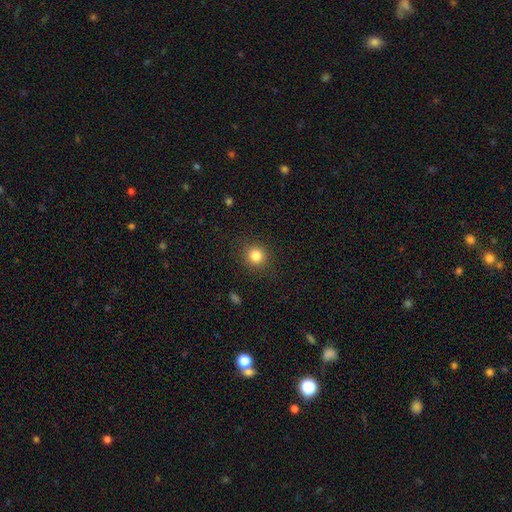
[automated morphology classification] A smooth galaxy with no disk features (83%) that is round (90%). Merging: none (89%).